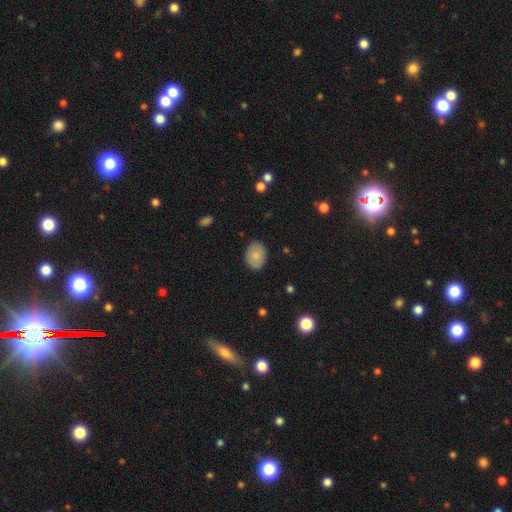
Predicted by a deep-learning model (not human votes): smooth 80%, featured or disk 13%, star or artifact 7%. Down the decision tree: how rounded — in between (66%); merging — none (86%).